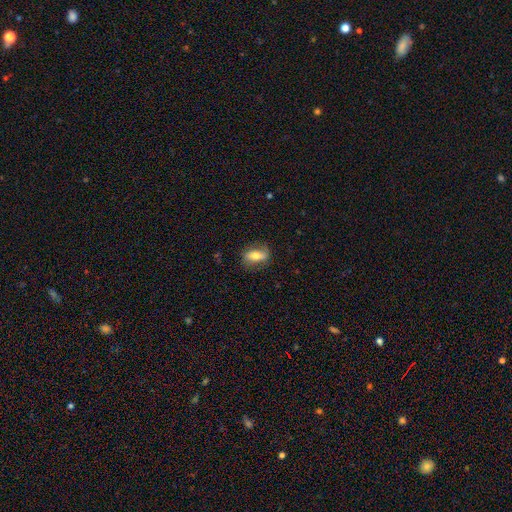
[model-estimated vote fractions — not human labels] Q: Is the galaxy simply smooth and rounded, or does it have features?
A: smooth — 56%.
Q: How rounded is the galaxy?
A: in between — 77%.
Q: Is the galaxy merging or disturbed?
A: none — 76%.